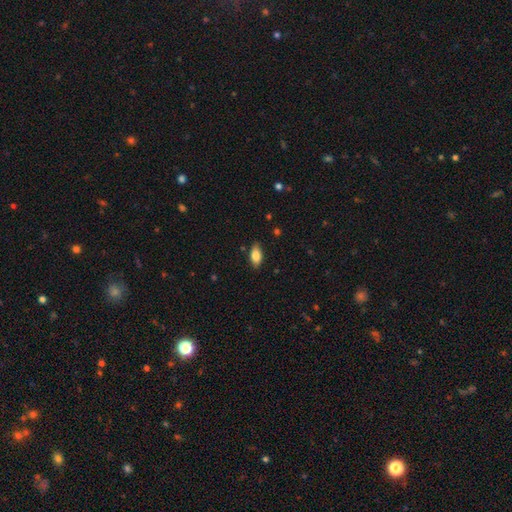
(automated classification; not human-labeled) This is clearly a smooth galaxy (83%). How rounded: clearly in between (90%). Merging: clearly none (84%).